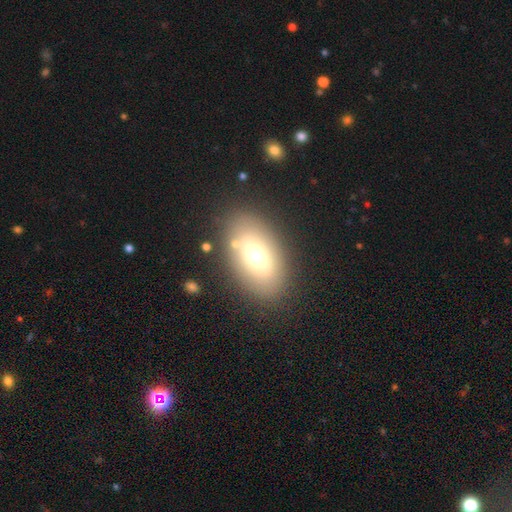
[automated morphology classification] Smooth or featured: smooth — 62% (featured or disk — 29%)
How rounded: in between — 88% (round — 9%)
Merging: none — 81% (minor disturbance — 11%)